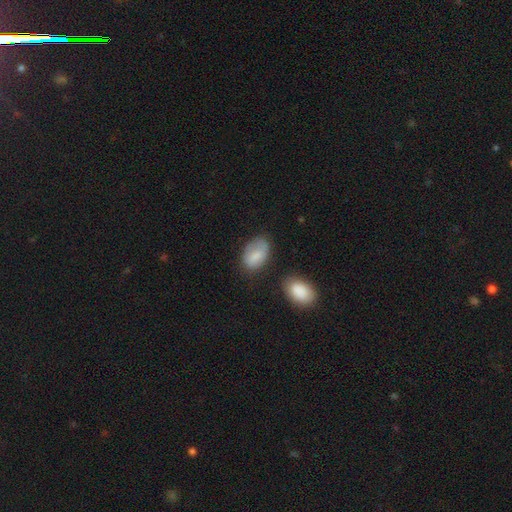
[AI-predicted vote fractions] A smooth galaxy with no disk features (74%) that is in between round and cigar-shaped (88%). Merging: none (57%).